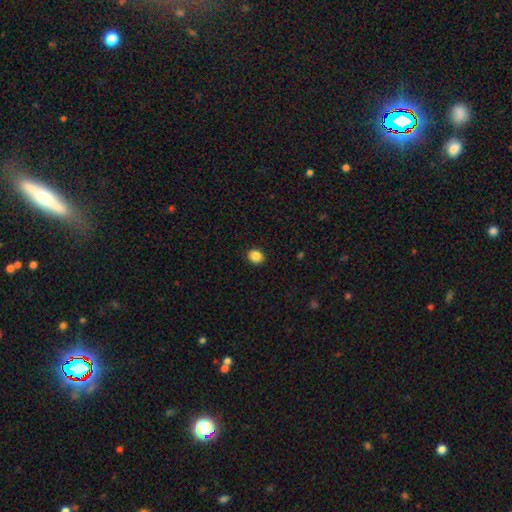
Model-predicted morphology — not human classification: Smooth or featured?
  - smooth: 86% *
  - star or artifact: 10%
  - featured or disk: 4%
How rounded?
  - round: 65% *
  - in between: 35%
  - cigar-shaped: 1%
Merging?
  - none: 92% *
  - minor disturbance: 6%
  - major disturbance: 2%
  - merger: 1%